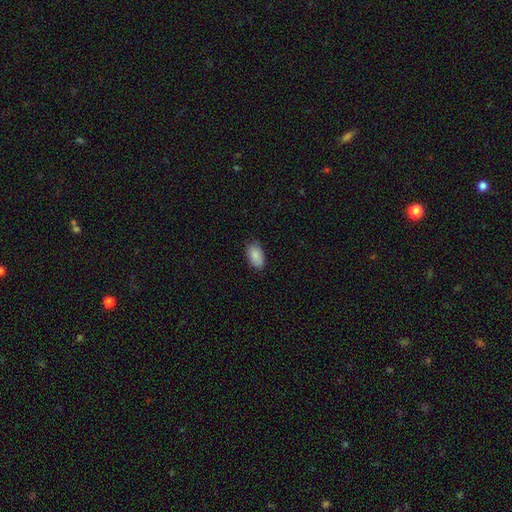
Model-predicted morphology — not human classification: Overall: smooth (87%). How rounded: in between (93%). Merging: none (83%).